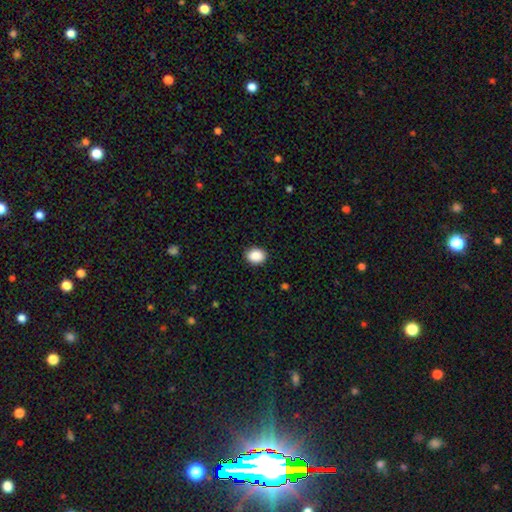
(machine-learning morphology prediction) This is clearly a smooth galaxy (89%). How rounded: possibly in between (51%). Merging: clearly none (90%).